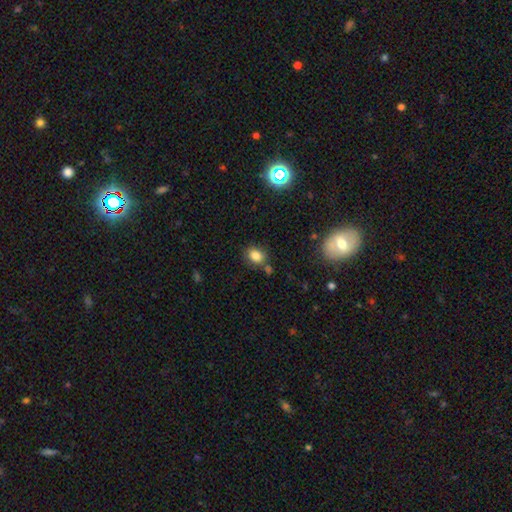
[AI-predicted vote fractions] Smooth or featured?
  - smooth: 81% *
  - star or artifact: 12%
  - featured or disk: 7%
How rounded?
  - in between: 58% *
  - round: 41%
  - cigar-shaped: 1%
Merging?
  - none: 69% *
  - minor disturbance: 15%
  - merger: 11%
  - major disturbance: 4%